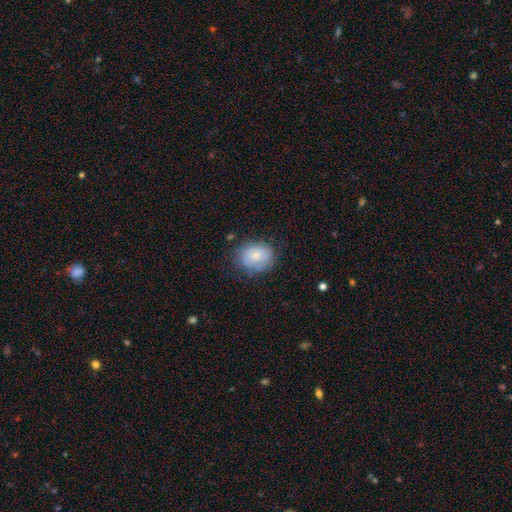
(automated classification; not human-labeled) smooth_or_featured: smooth (p=0.70) [alt: featured or disk p=0.23]
how_rounded: round (p=0.51) [alt: in between p=0.49]
merging: none (p=0.68) [alt: minor disturbance p=0.23]